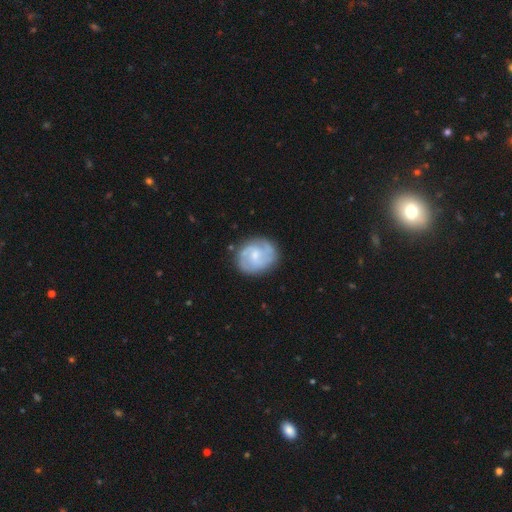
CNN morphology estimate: Q: Smooth or featured?
A: featured or disk (74%); runner-up: smooth (21%)
Q: Edge-on disk?
A: no (98%); runner-up: yes (2%)
Q: Bar?
A: weak (48%); runner-up: no (45%)
Q: Spiral arms?
A: yes (92%); runner-up: no (8%)
Q: Spiral winding?
A: medium (45%); runner-up: tight (38%)
Q: Spiral arm count?
A: 2 (53%); runner-up: 3 (19%)
Q: Bulge size?
A: small (49%); runner-up: moderate (39%)
Q: Merging?
A: none (76%); runner-up: minor disturbance (17%)